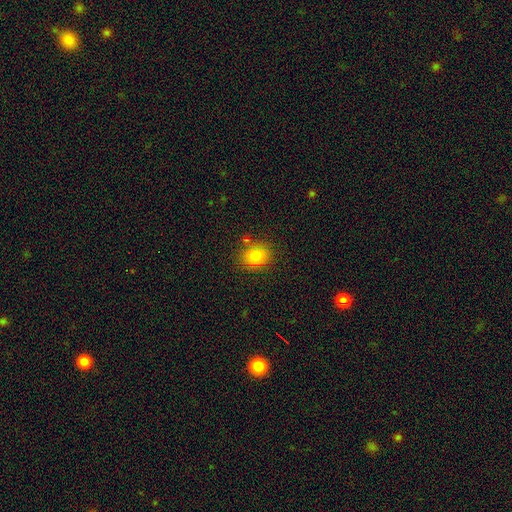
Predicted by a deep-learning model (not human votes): Overall: smooth (80%). How rounded: round (58%; in between 41%). Merging: none (80%).